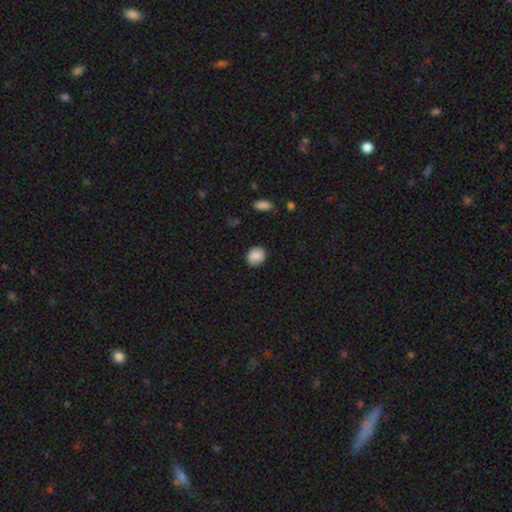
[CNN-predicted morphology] A smooth galaxy with no disk features (85%) that is round (65%). Merging: none (82%).